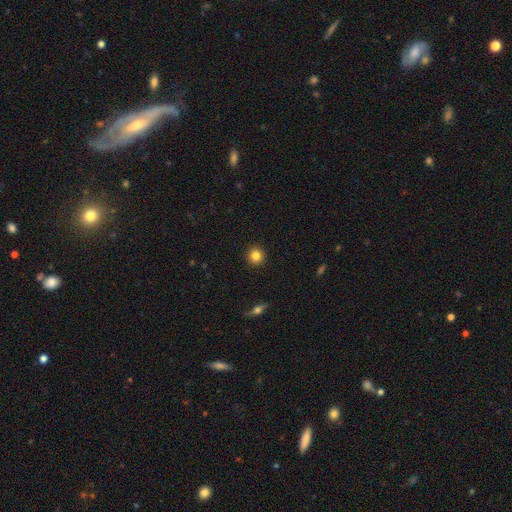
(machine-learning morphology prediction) smooth_or_featured: smooth (p=0.83) [alt: star or artifact p=0.10]
how_rounded: round (p=0.95) [alt: in between p=0.04]
merging: none (p=0.93) [alt: minor disturbance p=0.04]